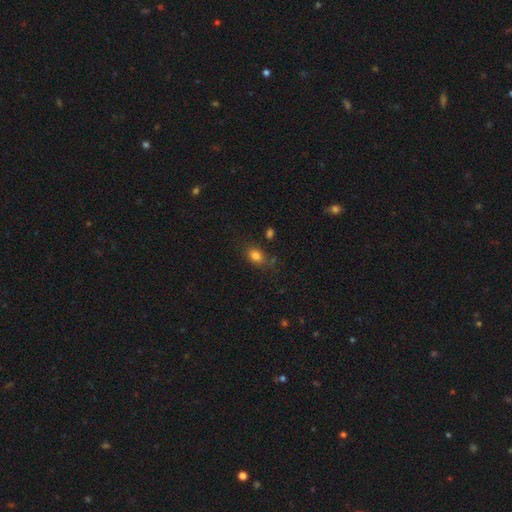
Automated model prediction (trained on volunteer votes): The model was most divided on "how rounded": in between: 68%, round: 30%, cigar-shaped: 2%. More confident: smooth or featured — smooth (81%); merging — none (72%).